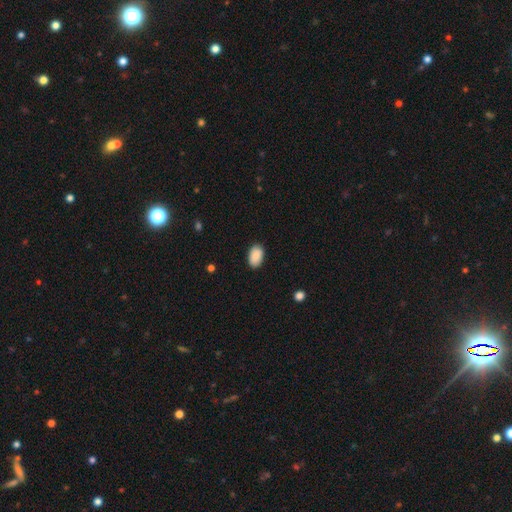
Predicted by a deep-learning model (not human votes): This appears to be a smooth galaxy with no disk features (90%) that is in between round and cigar-shaped (92%). Merging: none (87%).